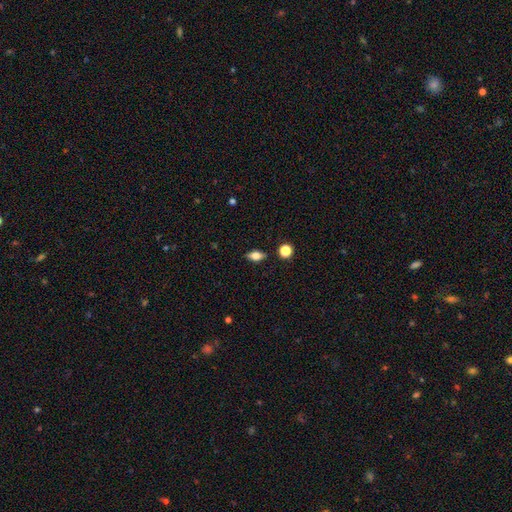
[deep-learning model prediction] This is likely a smooth galaxy (64%). How rounded: likely in between (78%). Merging: clearly none (86%).